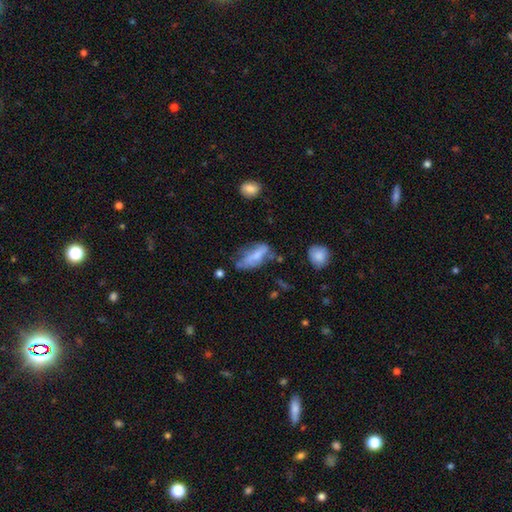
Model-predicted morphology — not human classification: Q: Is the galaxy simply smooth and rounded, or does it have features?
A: smooth — 53%.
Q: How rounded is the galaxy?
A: in between — 76%.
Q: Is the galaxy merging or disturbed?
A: none — 39%.